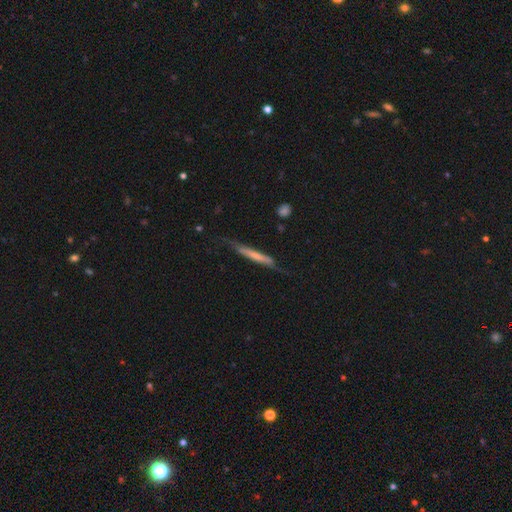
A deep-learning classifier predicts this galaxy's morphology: Smooth or featured? featured or disk (51%)
Edge-on disk? yes (83%)
Merging? none (60%)